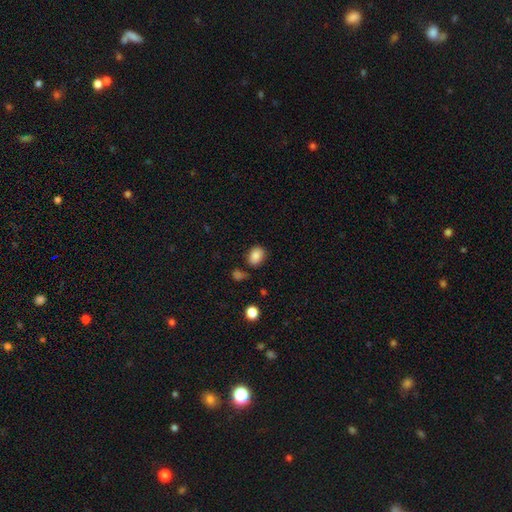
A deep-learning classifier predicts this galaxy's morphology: Smooth or featured? smooth (86%)
How rounded? in between (64%)
Merging? none (76%)